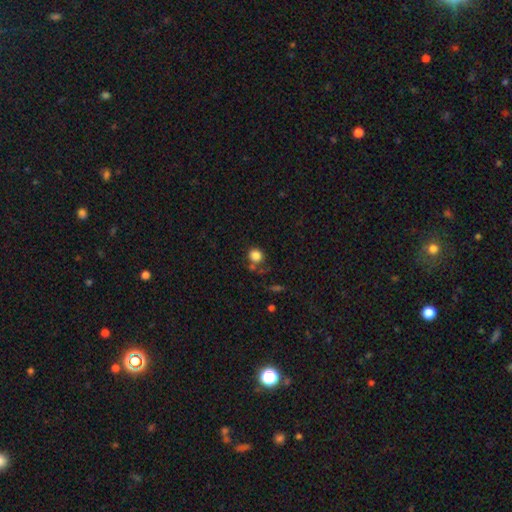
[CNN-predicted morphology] smooth_or_featured: smooth (p=0.84) [alt: star or artifact p=0.11]
how_rounded: round (p=0.81) [alt: in between p=0.18]
merging: none (p=0.64) [alt: minor disturbance p=0.16]